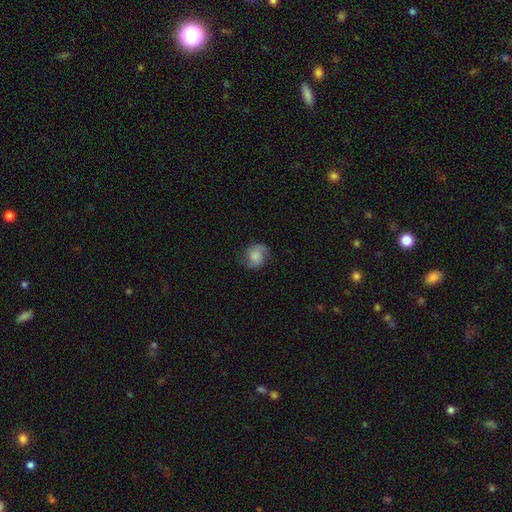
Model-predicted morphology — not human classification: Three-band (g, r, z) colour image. It shows a smooth galaxy with no disk features (47%). Merging: none (71%).